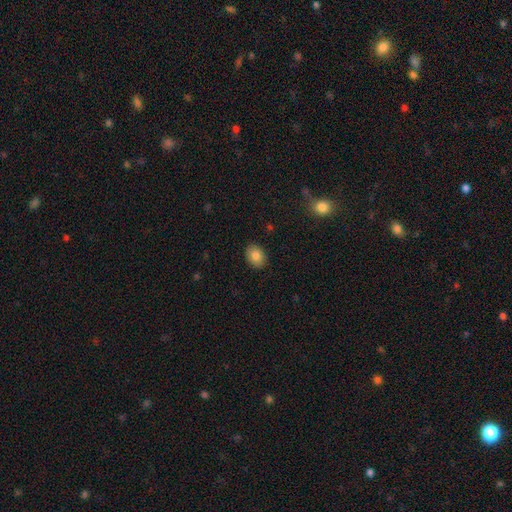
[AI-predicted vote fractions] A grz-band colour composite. It shows a smooth galaxy with no disk features (83%) that is in between round and cigar-shaped (62%). Merging: none (89%).